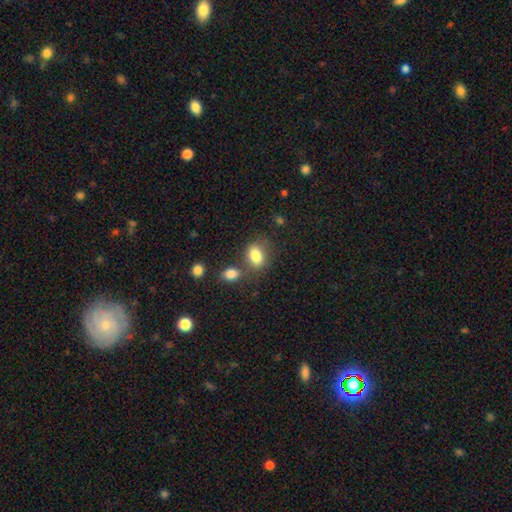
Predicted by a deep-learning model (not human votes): A smooth galaxy with no disk features (83%) that is in between round and cigar-shaped (77%). Merging: none (56%).